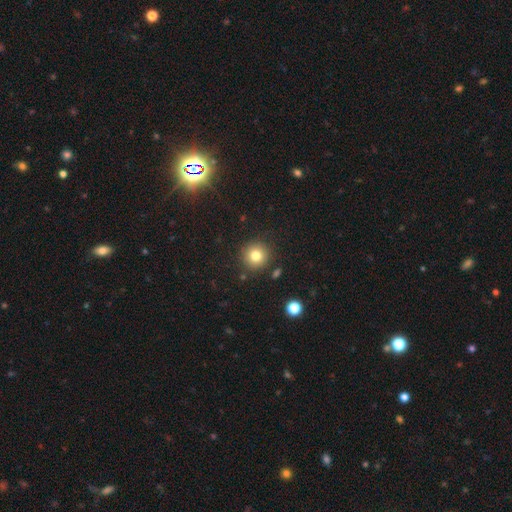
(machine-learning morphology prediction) Smooth or featured: smooth — 80% (star or artifact — 12%)
How rounded: round — 94% (in between — 5%)
Merging: none — 88% (minor disturbance — 7%)